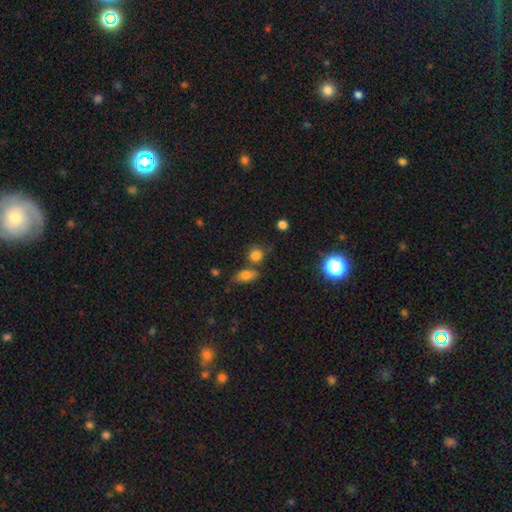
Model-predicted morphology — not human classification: Q: Smooth or featured?
A: smooth (79%); runner-up: star or artifact (15%)
Q: How rounded?
A: round (79%); runner-up: in between (19%)
Q: Merging?
A: none (66%); runner-up: merger (17%)